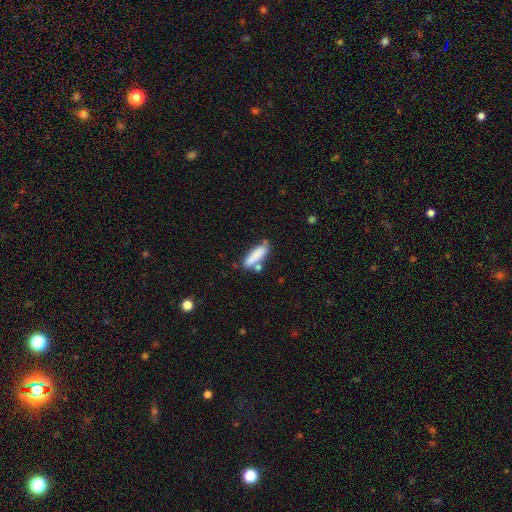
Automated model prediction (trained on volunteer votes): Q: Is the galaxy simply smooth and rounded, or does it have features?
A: smooth — 80%.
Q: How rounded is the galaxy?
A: cigar-shaped — 57%.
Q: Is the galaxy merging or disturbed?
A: none — 59%.